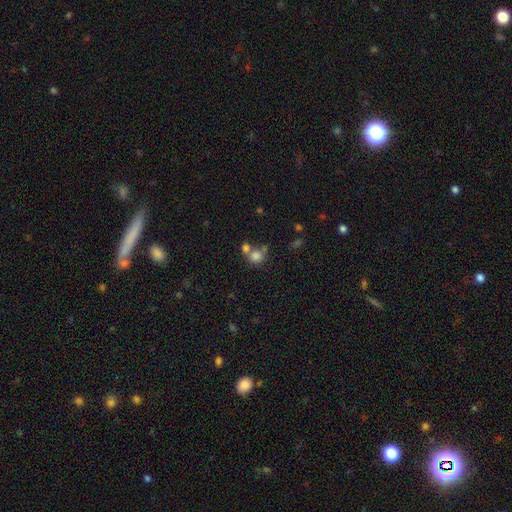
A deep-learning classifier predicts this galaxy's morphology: smooth_or_featured: smooth (p=0.78) [alt: star or artifact p=0.12]
how_rounded: round (p=0.81) [alt: in between p=0.18]
merging: merger (p=0.44) [alt: none p=0.43]